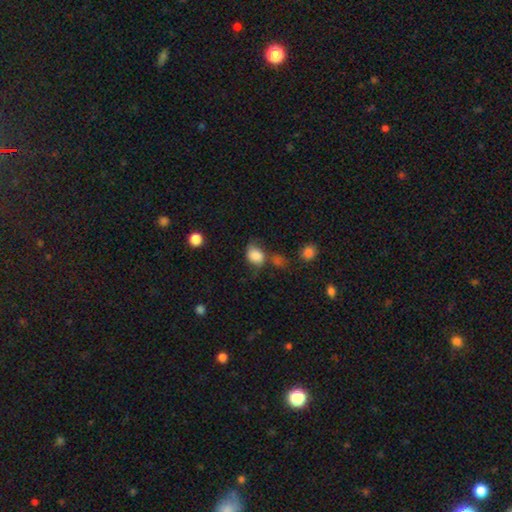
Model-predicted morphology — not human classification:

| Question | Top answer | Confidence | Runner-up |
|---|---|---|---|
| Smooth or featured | smooth | 81% | featured or disk (10%) |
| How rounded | in between | 58% | round (41%) |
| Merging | none | 37% | minor disturbance (26%) |